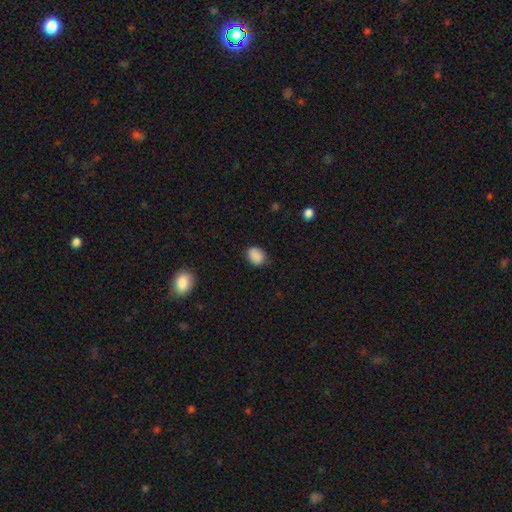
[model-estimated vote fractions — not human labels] smooth_or_featured: smooth (p=0.88) [alt: star or artifact p=0.09]
how_rounded: in between (p=0.58) [alt: round p=0.41]
merging: none (p=0.78) [alt: minor disturbance p=0.17]